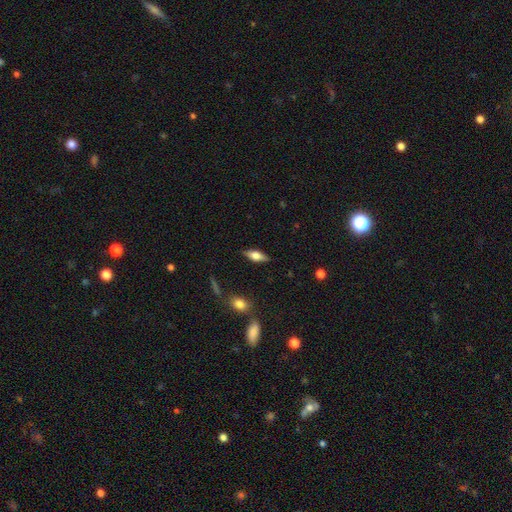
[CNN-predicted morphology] smooth-or-featured: smooth: 58% | featured or disk: 35% | star or artifact: 7%
  how-rounded: in between: 70% | cigar-shaped: 26% | round: 3%
  merging: none: 85% | minor disturbance: 11% | major disturbance: 3% | merger: 2%